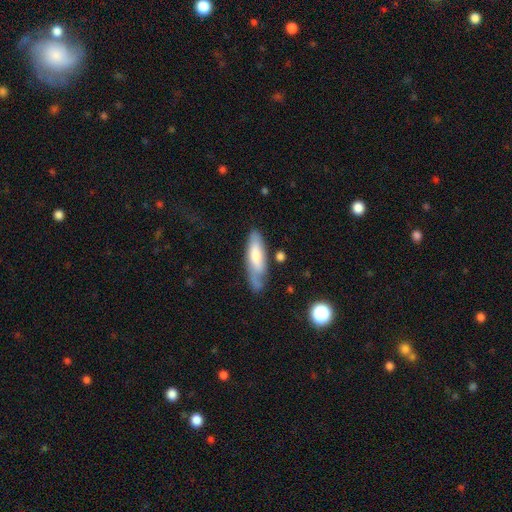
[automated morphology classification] Smooth or featured: smooth — 59% (featured or disk — 35%)
How rounded: cigar-shaped — 51% (in between — 47%)
Merging: none — 59% (minor disturbance — 28%)